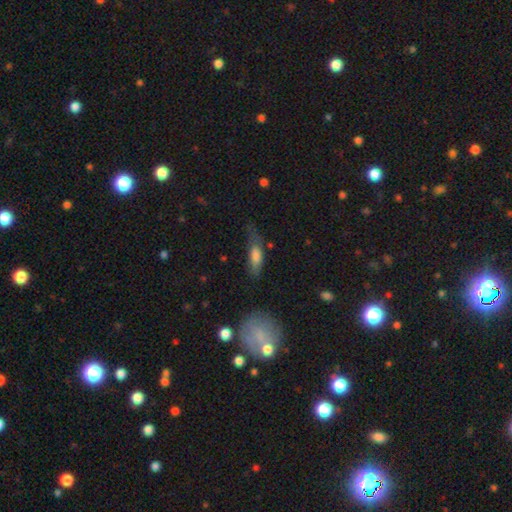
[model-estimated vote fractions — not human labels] A smooth galaxy with no disk features (73%) that is in between round and cigar-shaped (58%). Merging: none (45%).